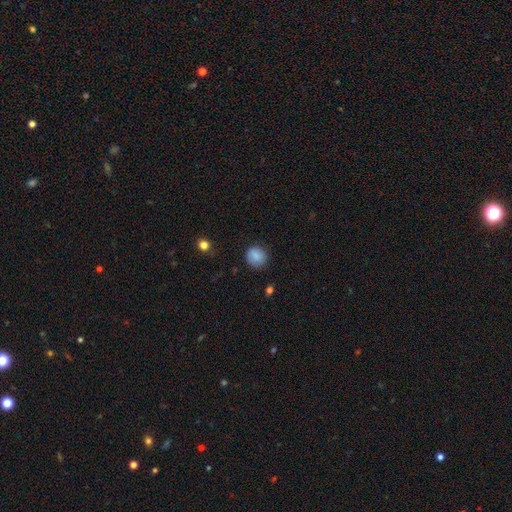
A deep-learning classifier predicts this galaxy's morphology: This appears to be a smooth galaxy with no disk features (86%) that is round (84%). Merging: none (83%).